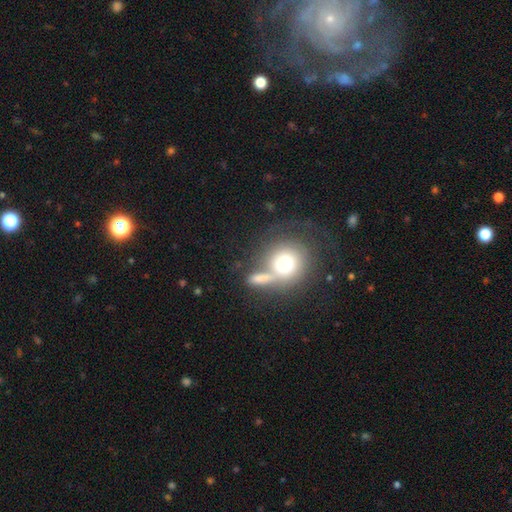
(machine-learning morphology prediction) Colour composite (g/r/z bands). It shows a smooth galaxy with no disk features (56%) that is round (78%). Merging: none (44%).